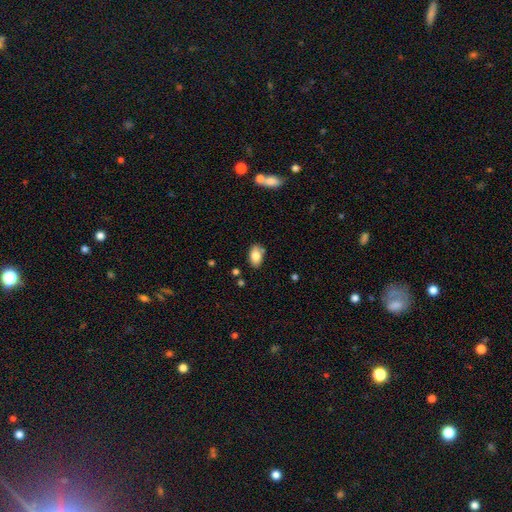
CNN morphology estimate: Smooth or featured: smooth — 81% (featured or disk — 12%)
How rounded: in between — 90% (round — 8%)
Merging: none — 76% (minor disturbance — 15%)